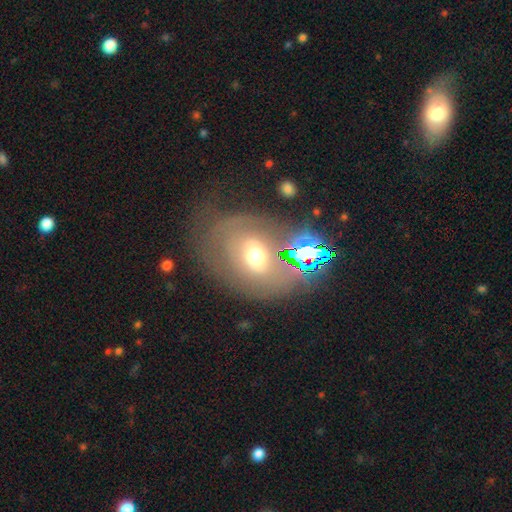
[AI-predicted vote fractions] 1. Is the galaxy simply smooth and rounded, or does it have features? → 43% featured or disk, 39% smooth, 19% star or artifact.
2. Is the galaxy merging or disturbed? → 49% none, 23% major disturbance, 21% minor disturbance, 8% merger.